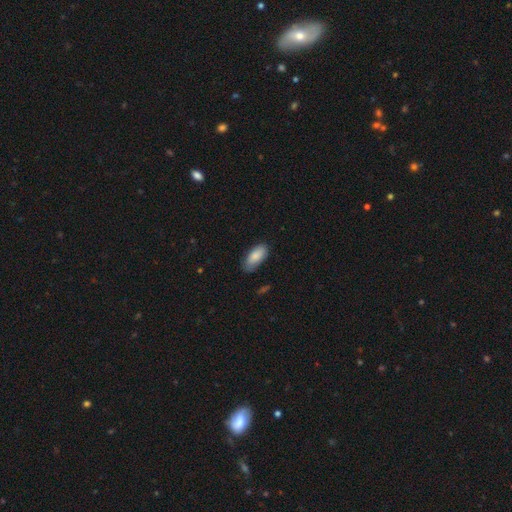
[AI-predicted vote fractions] Smooth or featured: smooth — 86% (featured or disk — 8%)
How rounded: in between — 91% (cigar-shaped — 7%)
Merging: none — 74% (minor disturbance — 21%)